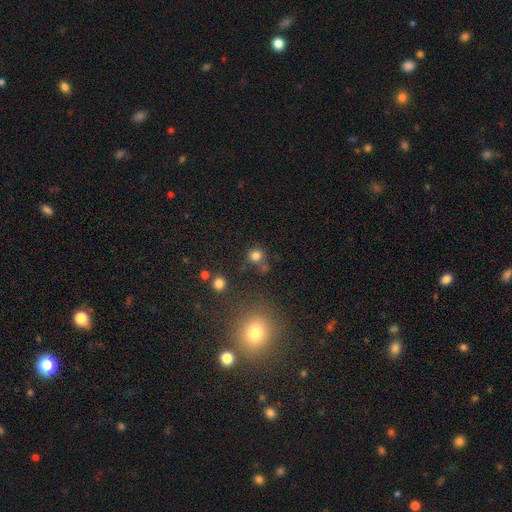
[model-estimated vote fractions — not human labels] Smooth or featured? smooth (78%)
How rounded? round (91%)
Merging? none (71%)